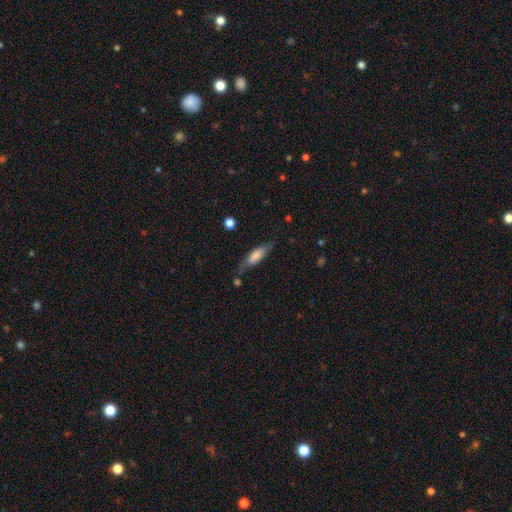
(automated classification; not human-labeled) smooth 65%, featured or disk 28%, star or artifact 7%. Down the decision tree: how rounded — cigar-shaped (51%); merging — none (63%).